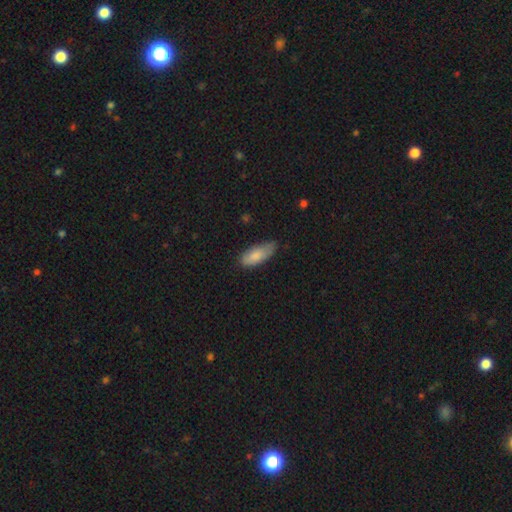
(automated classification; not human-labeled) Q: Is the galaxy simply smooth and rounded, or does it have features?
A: smooth — 83%.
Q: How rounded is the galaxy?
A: in between — 80%.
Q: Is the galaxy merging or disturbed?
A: none — 58%.